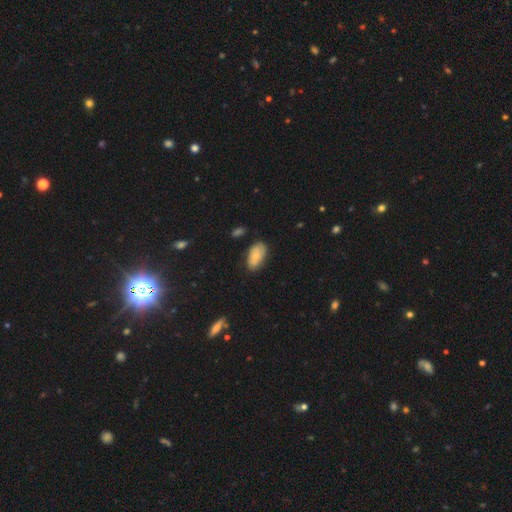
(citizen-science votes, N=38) Smooth or featured: smooth — 66% (featured or disk — 34%)
How rounded: in between — 100%
Merging: none — 63% (minor disturbance — 29%)